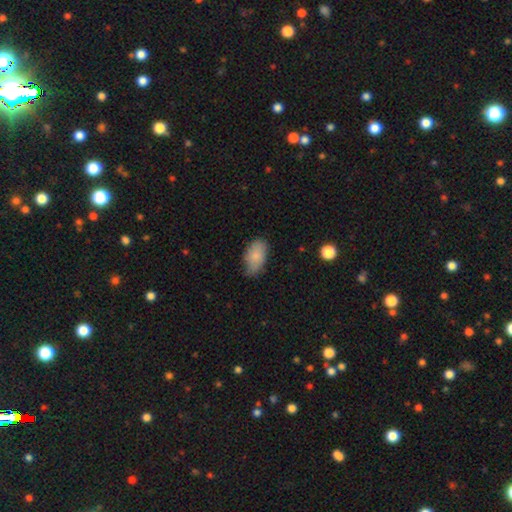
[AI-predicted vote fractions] This appears to be a smooth galaxy with no disk features (82%) that is in between round and cigar-shaped (93%). Merging: none (60%).